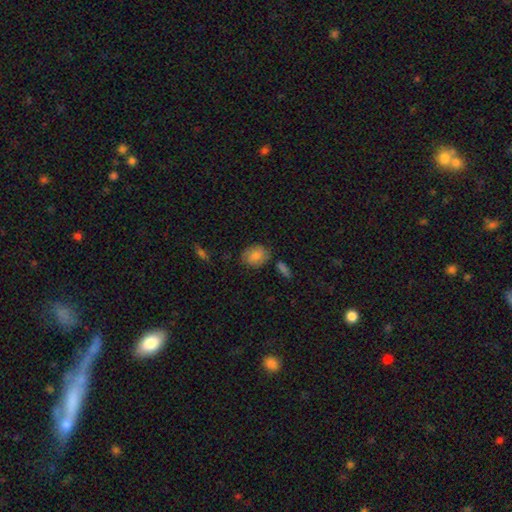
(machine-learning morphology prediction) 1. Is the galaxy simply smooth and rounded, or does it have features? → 78% smooth, 15% featured or disk, 8% star or artifact.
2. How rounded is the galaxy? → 55% in between, 43% round, 1% cigar-shaped.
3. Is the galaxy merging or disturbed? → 74% none, 17% minor disturbance, 5% merger, 4% major disturbance.